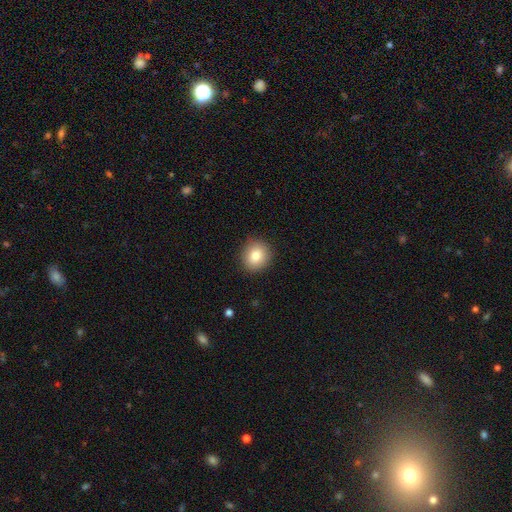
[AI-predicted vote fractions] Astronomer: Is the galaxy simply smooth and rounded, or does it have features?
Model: smooth — 82%.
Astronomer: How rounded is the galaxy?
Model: round — 82%.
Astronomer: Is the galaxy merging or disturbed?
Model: none — 90%.